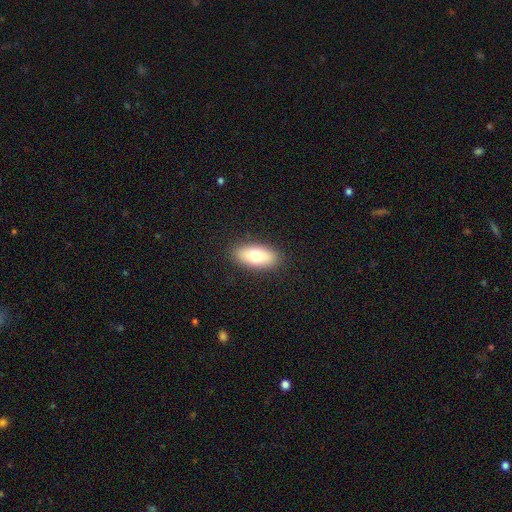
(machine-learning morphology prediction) type=smooth (73%); roundness=in between (88%); merging=none (88%).